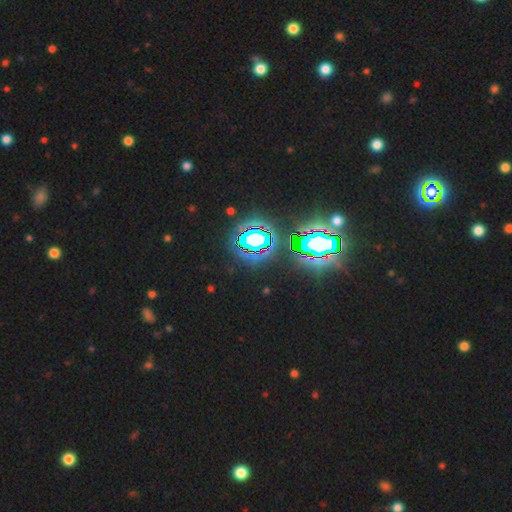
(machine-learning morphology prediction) smooth-or-featured: star or artifact: 85% | smooth: 9% | featured or disk: 6%